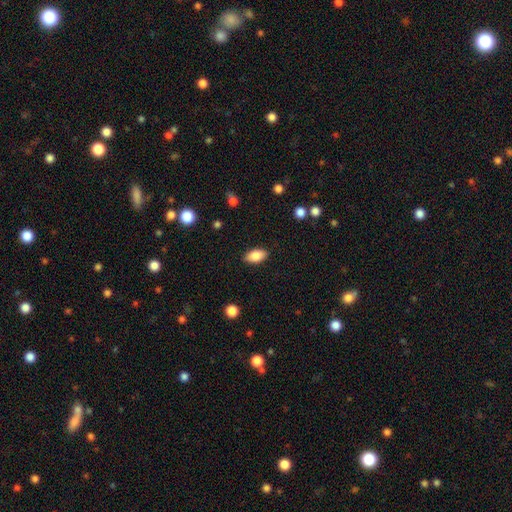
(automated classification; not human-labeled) Smooth or featured?
  - smooth: 84% *
  - featured or disk: 9%
  - star or artifact: 7%
How rounded?
  - in between: 92% *
  - cigar-shaped: 4%
  - round: 4%
Merging?
  - none: 88% *
  - minor disturbance: 9%
  - major disturbance: 2%
  - merger: 1%